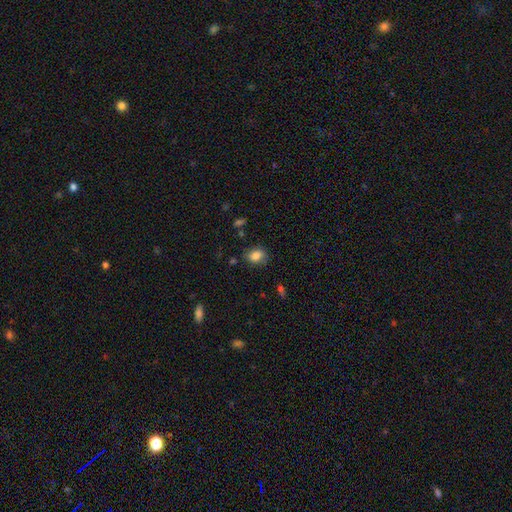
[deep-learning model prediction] smooth-or-featured: smooth: 82% | star or artifact: 10% | featured or disk: 8%
  how-rounded: in between: 66% | round: 32% | cigar-shaped: 1%
  merging: none: 74% | minor disturbance: 19% | major disturbance: 5% | merger: 2%